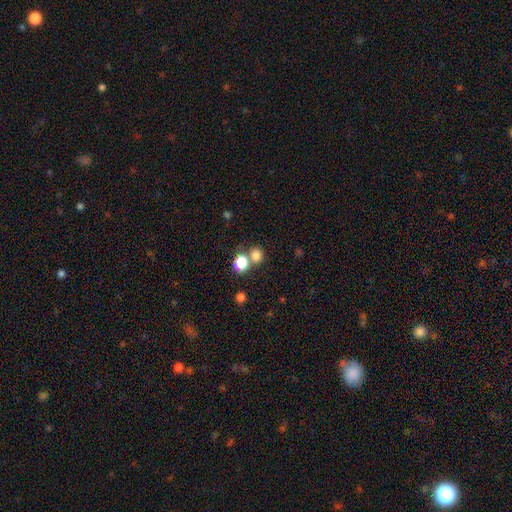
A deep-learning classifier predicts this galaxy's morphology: A smooth galaxy with no disk features (78%) that is round (75%).

Vote fractions:
- Smooth or featured? smooth: 78% / star or artifact: 15% / featured or disk: 7%
- How rounded? round: 75% / in between: 24% / cigar-shaped: 1%
- Merging? none: 58% / merger: 30% / minor disturbance: 8% / major disturbance: 3%